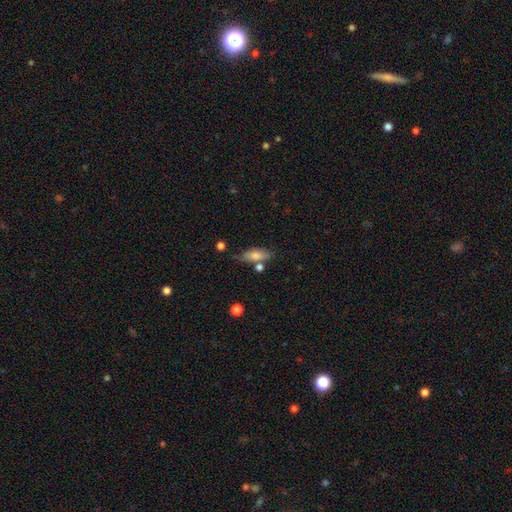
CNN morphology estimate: Smooth or featured? smooth (75%)
How rounded? in between (70%)
Merging? none (64%)